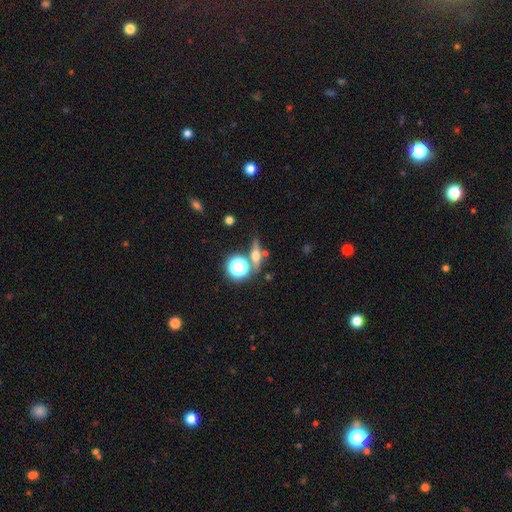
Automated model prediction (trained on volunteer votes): A featured or disk galaxy (42%). Merging: none (69%).